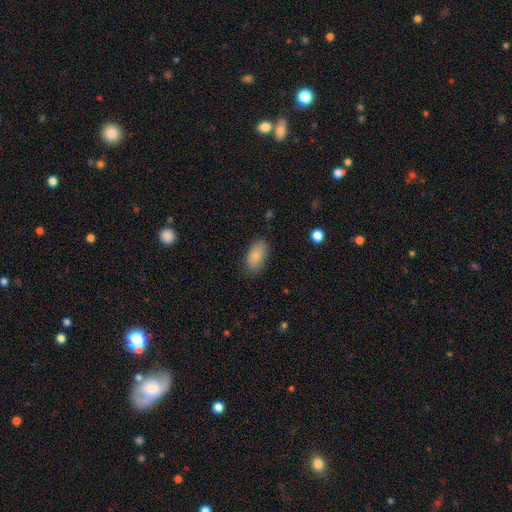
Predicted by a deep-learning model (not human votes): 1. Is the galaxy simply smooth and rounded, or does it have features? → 86% smooth, 7% featured or disk, 7% star or artifact.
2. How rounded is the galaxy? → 93% in between, 4% round, 3% cigar-shaped.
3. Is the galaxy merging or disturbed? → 79% none, 16% minor disturbance, 4% major disturbance, 1% merger.